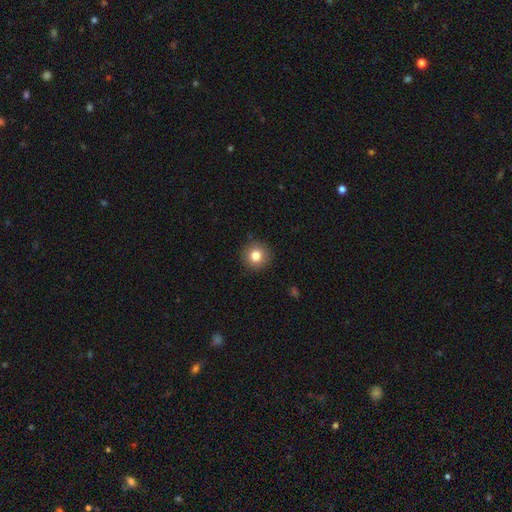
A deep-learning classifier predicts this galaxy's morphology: Smooth or featured? Predicted: smooth (p=0.82). How rounded? Predicted: round (p=0.94). Merging? Predicted: none (p=0.91).